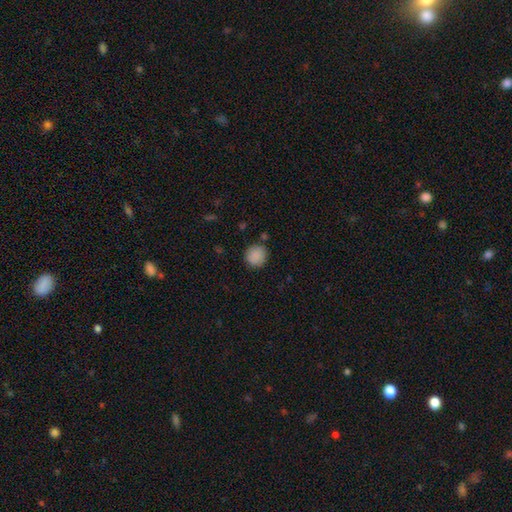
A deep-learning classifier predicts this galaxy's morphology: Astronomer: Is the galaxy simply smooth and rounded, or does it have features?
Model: smooth — 88%.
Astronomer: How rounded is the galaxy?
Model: round — 88%.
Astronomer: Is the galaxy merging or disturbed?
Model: none — 83%.